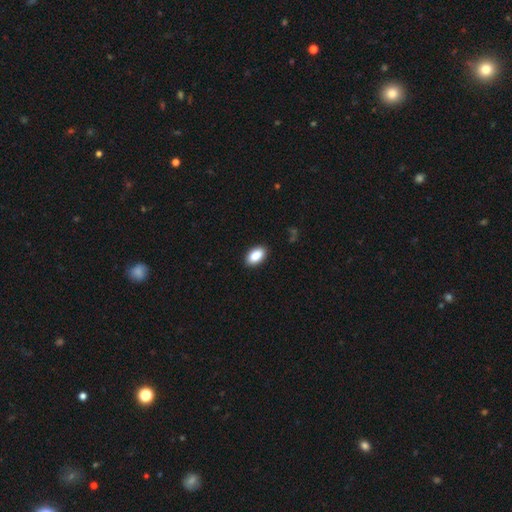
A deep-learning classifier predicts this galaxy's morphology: Smooth or featured: smooth — 89% (star or artifact — 7%)
How rounded: in between — 93% (round — 5%)
Merging: none — 89% (minor disturbance — 8%)